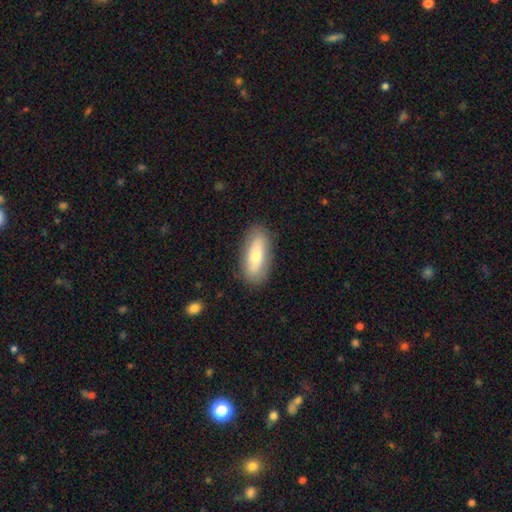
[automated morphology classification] This is likely a smooth galaxy (68%). How rounded: likely in between (74%). Merging: clearly none (87%).